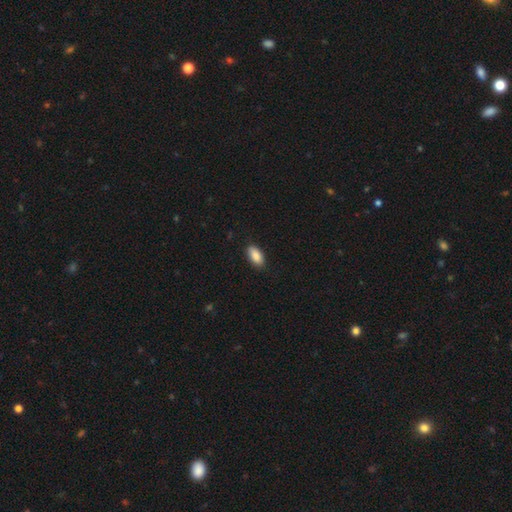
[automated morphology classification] type=smooth (89%); roundness=in between (91%); merging=none (87%).